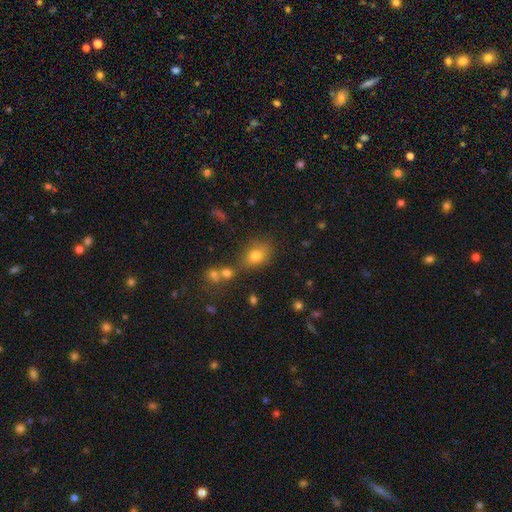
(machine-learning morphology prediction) type=smooth (76%); roundness=in between (62%); merging=none (64%).